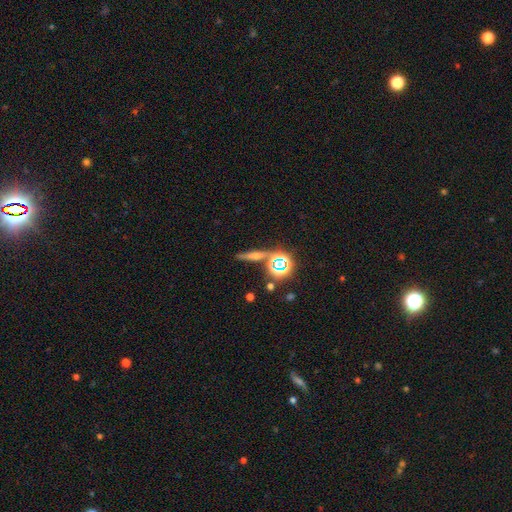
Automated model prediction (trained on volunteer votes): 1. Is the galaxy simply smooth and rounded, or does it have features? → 38% star or artifact, 37% featured or disk, 25% smooth.